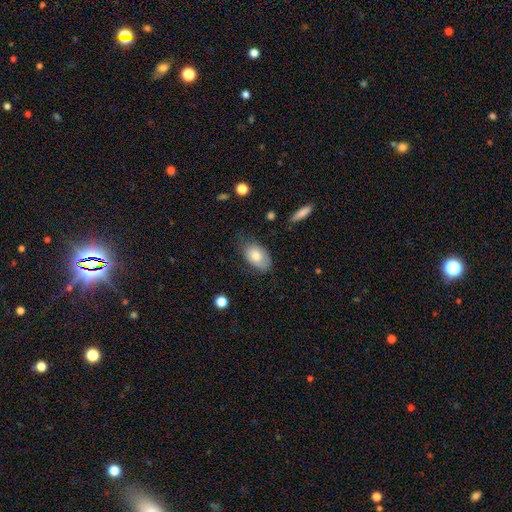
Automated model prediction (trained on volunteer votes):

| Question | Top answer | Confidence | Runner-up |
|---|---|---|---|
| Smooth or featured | smooth | 77% | featured or disk (16%) |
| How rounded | in between | 92% | round (7%) |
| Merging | none | 64% | minor disturbance (28%) |